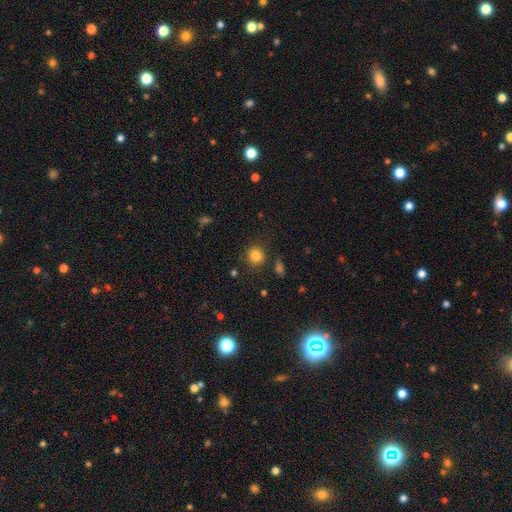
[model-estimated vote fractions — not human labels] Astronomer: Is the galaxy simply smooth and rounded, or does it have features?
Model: smooth — 83%.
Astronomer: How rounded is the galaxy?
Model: round — 86%.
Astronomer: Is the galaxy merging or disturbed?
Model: none — 82%.